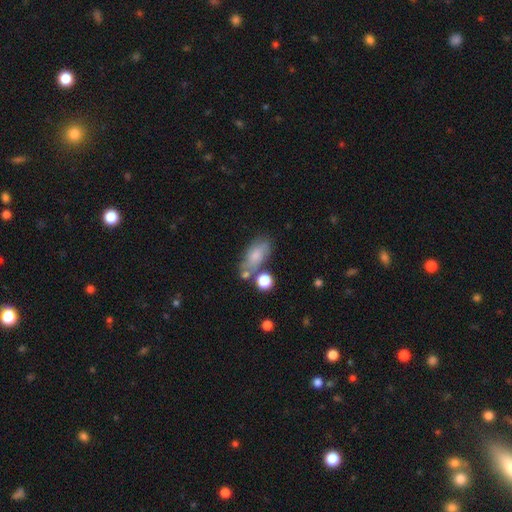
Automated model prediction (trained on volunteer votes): smooth_or_featured: smooth (p=0.67) [alt: featured or disk p=0.24]
how_rounded: in between (p=0.83) [alt: cigar-shaped p=0.09]
merging: none (p=0.52) [alt: minor disturbance p=0.23]